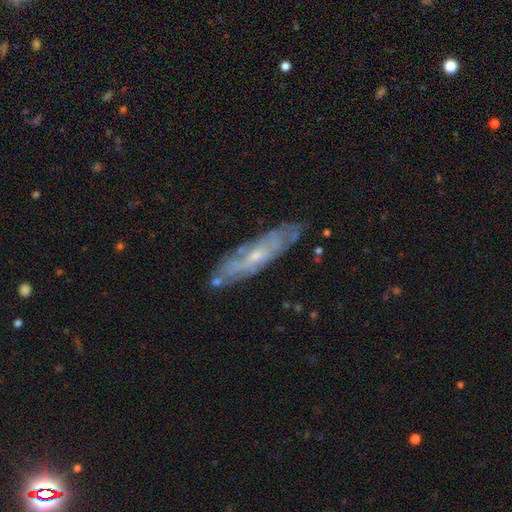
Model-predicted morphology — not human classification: smooth-or-featured: featured or disk: 65% | smooth: 28% | star or artifact: 7%
  disk-edge-on: no: 59% | yes: 41%
  merging: none: 73% | minor disturbance: 19% | major disturbance: 4% | merger: 4%